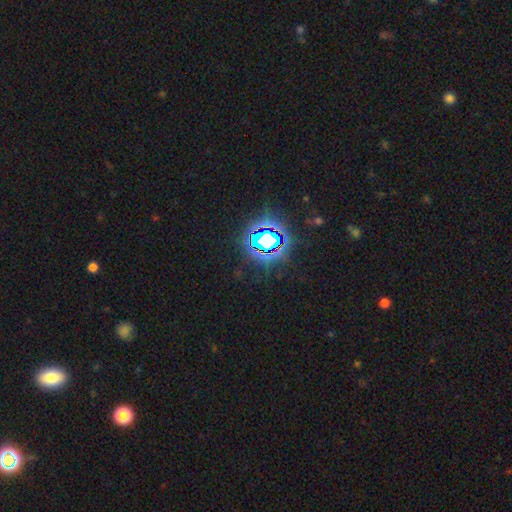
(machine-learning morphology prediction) smooth-or-featured: star or artifact: 79% | smooth: 13% | featured or disk: 8%